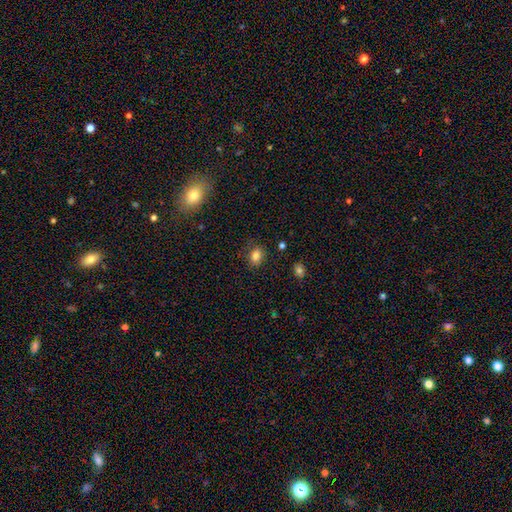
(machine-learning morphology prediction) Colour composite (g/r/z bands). It shows a smooth galaxy with no disk features (83%) that is in between round and cigar-shaped (61%). Merging: none (77%).